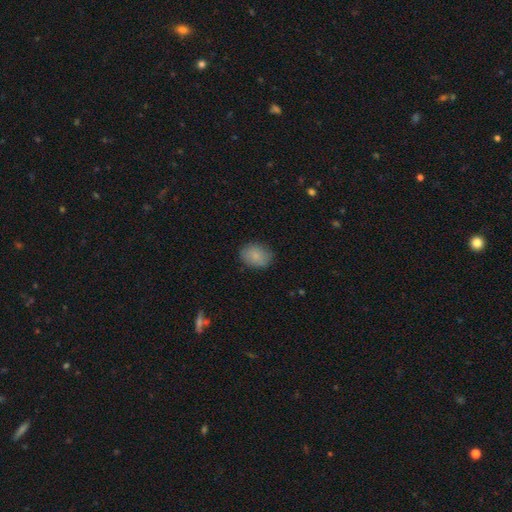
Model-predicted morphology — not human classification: This appears to be a smooth galaxy with no disk features (85%) that is in between round and cigar-shaped (69%). Merging: none (82%).